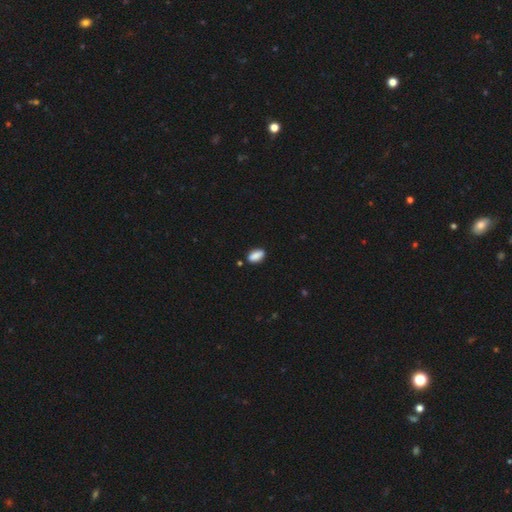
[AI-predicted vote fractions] smooth-or-featured: smooth: 86% | star or artifact: 8% | featured or disk: 6%
  how-rounded: in between: 89% | cigar-shaped: 6% | round: 5%
  merging: none: 82% | minor disturbance: 13% | merger: 3% | major disturbance: 2%